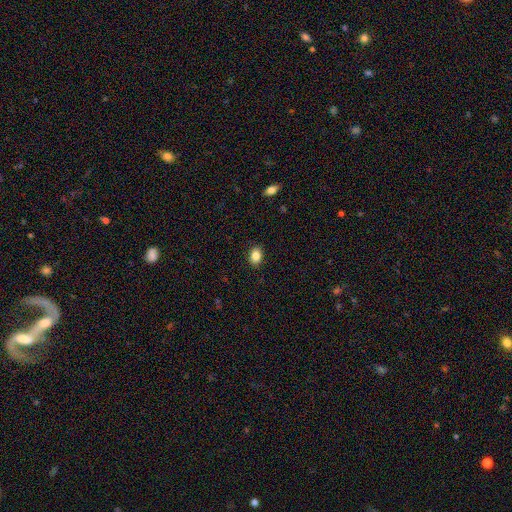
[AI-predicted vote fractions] The model was most divided on "how rounded": in between: 71%, round: 28%, cigar-shaped: 1%. More confident: merging — none (89%); smooth or featured — smooth (85%).